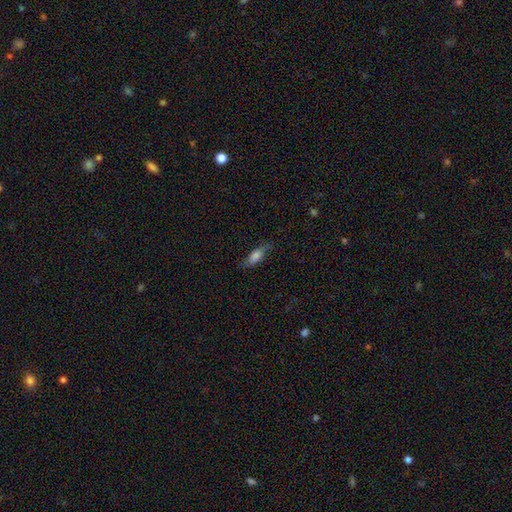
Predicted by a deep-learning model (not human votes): The model was most divided on "how rounded": in between: 64%, cigar-shaped: 33%, round: 3%. More confident: merging — none (73%); smooth or featured — smooth (66%).